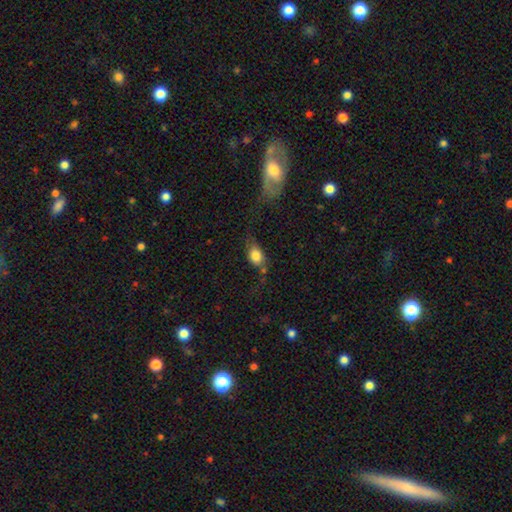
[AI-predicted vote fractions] Morphology: type=smooth (78%); roundness=in between (75%); merging=none (49%).